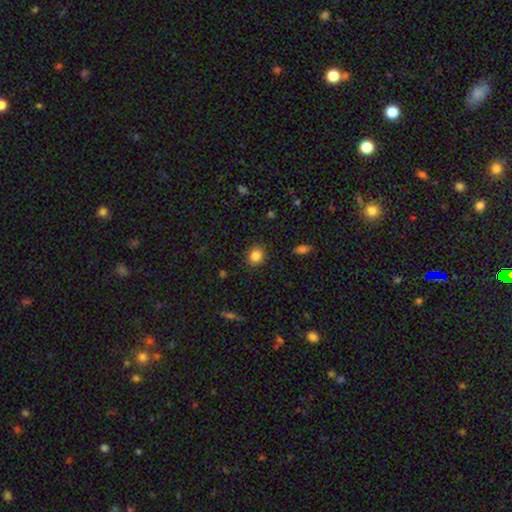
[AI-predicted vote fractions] Morphology: type=smooth (85%); roundness=round (73%); merging=none (88%).